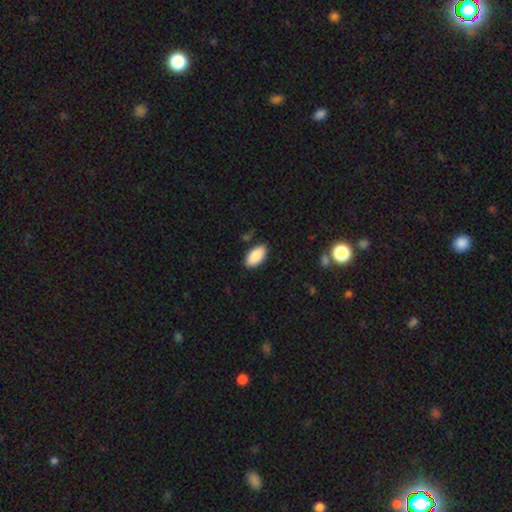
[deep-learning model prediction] smooth 88%, star or artifact 7%, featured or disk 6%. Down the decision tree: how rounded — in between (95%); merging — none (86%).